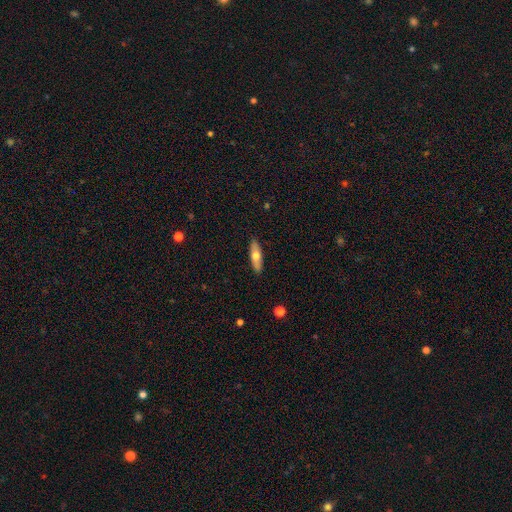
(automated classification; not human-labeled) Smooth or featured? Predicted: smooth (p=0.60). How rounded? Predicted: cigar-shaped (p=0.50). Merging? Predicted: none (p=0.89).